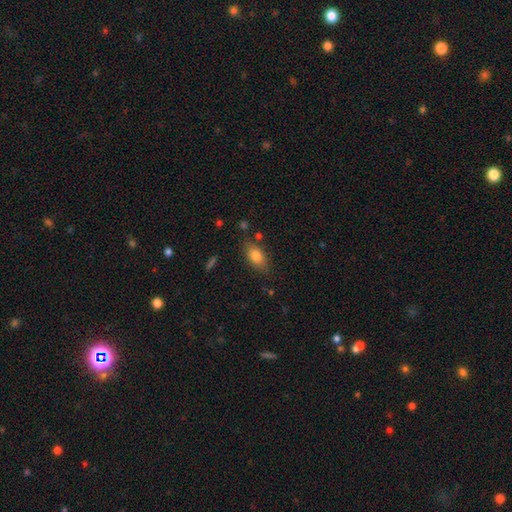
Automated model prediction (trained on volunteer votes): smooth-or-featured: smooth: 81% | featured or disk: 11% | star or artifact: 8%
  how-rounded: in between: 86% | round: 8% | cigar-shaped: 5%
  merging: none: 75% | minor disturbance: 17% | major disturbance: 5% | merger: 4%